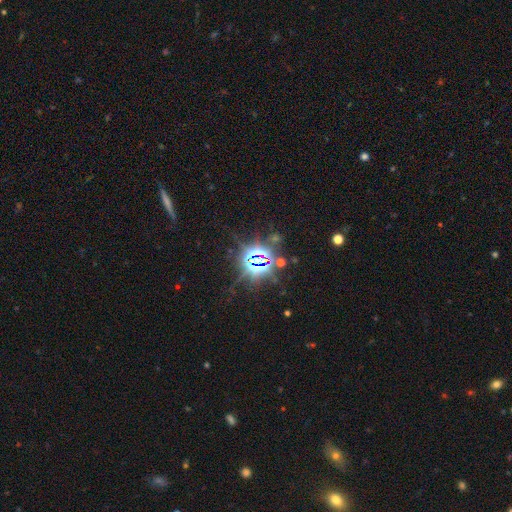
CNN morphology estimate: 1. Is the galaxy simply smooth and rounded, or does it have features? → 84% star or artifact, 8% smooth, 8% featured or disk.